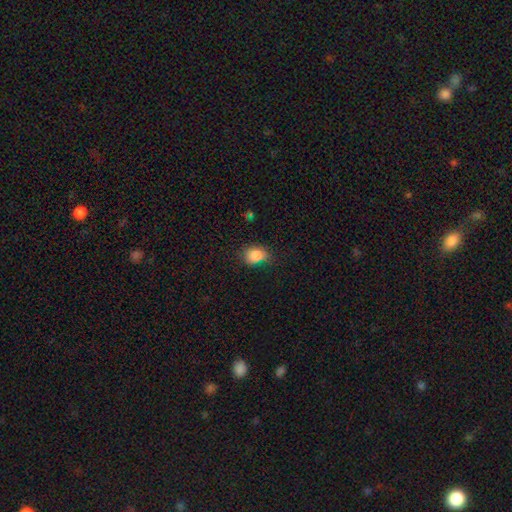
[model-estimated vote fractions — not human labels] smooth_or_featured: smooth (p=0.86) [alt: star or artifact p=0.09]
how_rounded: in between (p=0.57) [alt: round p=0.42]
merging: none (p=0.66) [alt: minor disturbance p=0.26]